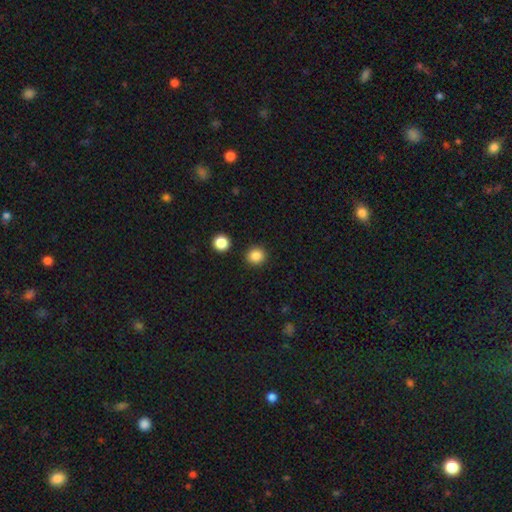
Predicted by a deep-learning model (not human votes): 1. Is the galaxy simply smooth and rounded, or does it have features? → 86% smooth, 11% star or artifact, 3% featured or disk.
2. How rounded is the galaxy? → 90% round, 10% in between, 1% cigar-shaped.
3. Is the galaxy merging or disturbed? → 90% none, 5% minor disturbance, 2% merger, 2% major disturbance.